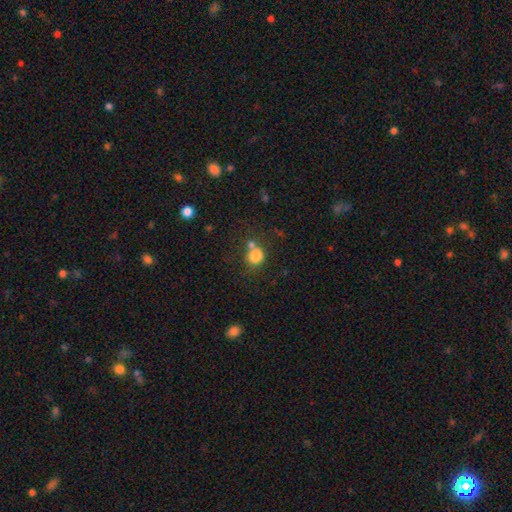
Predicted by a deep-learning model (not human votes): Smooth or featured?
  - smooth: 80% *
  - star or artifact: 12%
  - featured or disk: 8%
How rounded?
  - round: 83% *
  - in between: 16%
  - cigar-shaped: 1%
Merging?
  - none: 54% *
  - merger: 28%
  - minor disturbance: 12%
  - major disturbance: 5%